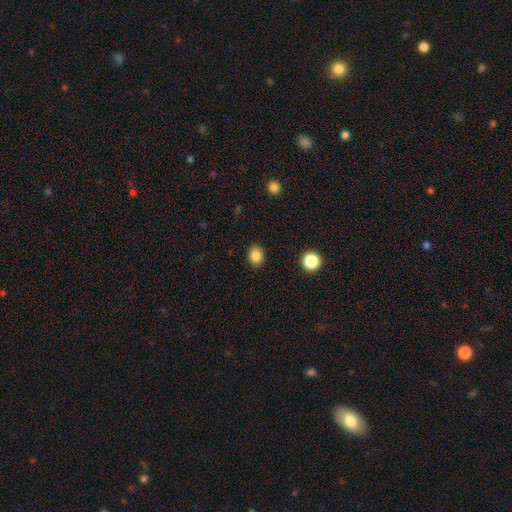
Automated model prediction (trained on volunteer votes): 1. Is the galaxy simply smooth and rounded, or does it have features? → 85% smooth, 10% star or artifact, 5% featured or disk.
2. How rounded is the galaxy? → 56% round, 44% in between, 1% cigar-shaped.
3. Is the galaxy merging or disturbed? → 89% none, 7% minor disturbance, 2% major disturbance, 1% merger.